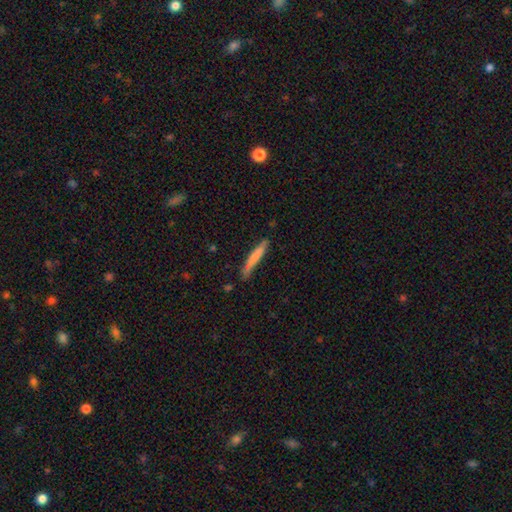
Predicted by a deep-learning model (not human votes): Q: Smooth or featured?
A: smooth (71%); runner-up: featured or disk (24%)
Q: How rounded?
A: cigar-shaped (95%); runner-up: in between (4%)
Q: Merging?
A: none (73%); runner-up: minor disturbance (20%)